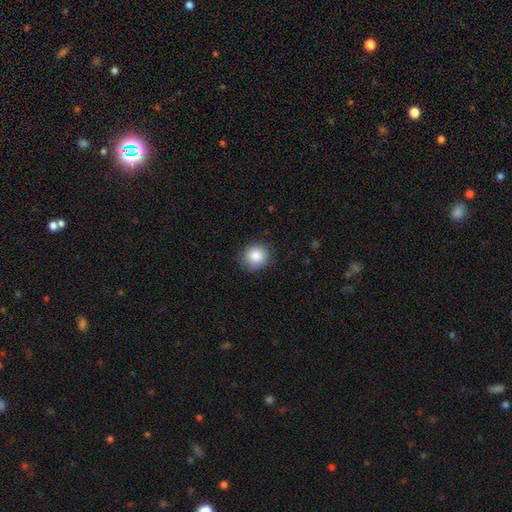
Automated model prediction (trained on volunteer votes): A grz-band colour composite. It shows a smooth galaxy with no disk features (86%) that is round (88%). Merging: none (87%).